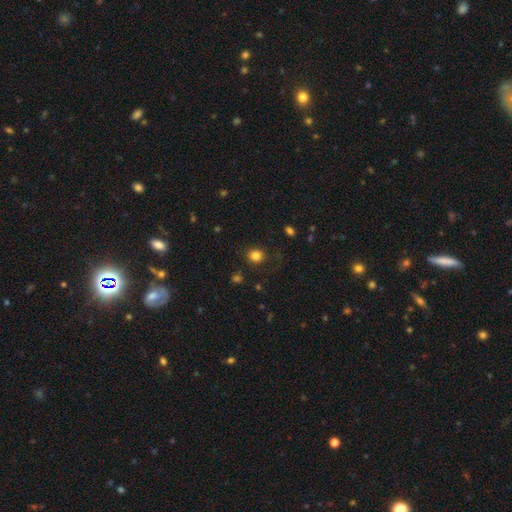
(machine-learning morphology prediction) smooth 82%, star or artifact 13%, featured or disk 5%. Down the decision tree: how rounded — round (80%); merging — none (85%).